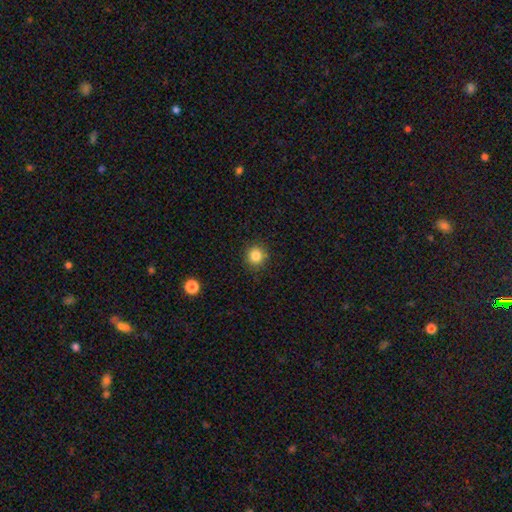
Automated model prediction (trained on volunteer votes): Morphology: type=smooth (84%); roundness=round (90%); merging=none (88%).